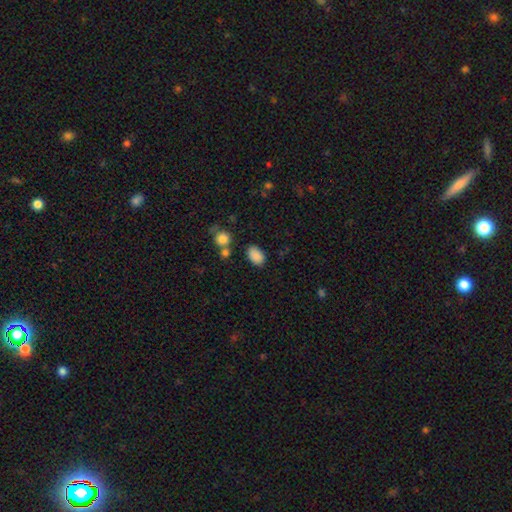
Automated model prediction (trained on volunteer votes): smooth_or_featured: smooth (p=0.87) [alt: star or artifact p=0.09]
how_rounded: in between (p=0.89) [alt: round p=0.10]
merging: none (p=0.78) [alt: minor disturbance p=0.12]